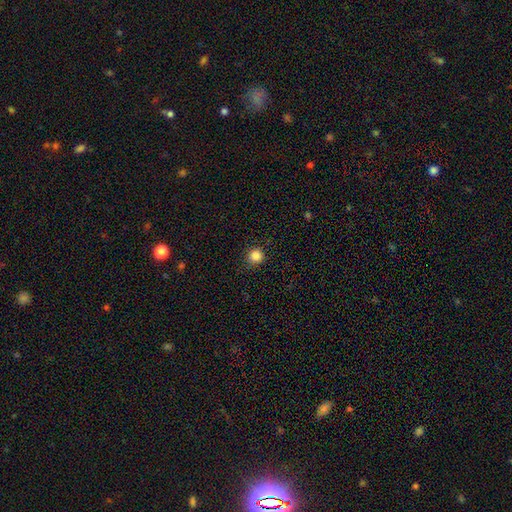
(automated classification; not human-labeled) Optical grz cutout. It shows a smooth galaxy with no disk features (85%) that is round (93%). Merging: none (89%).